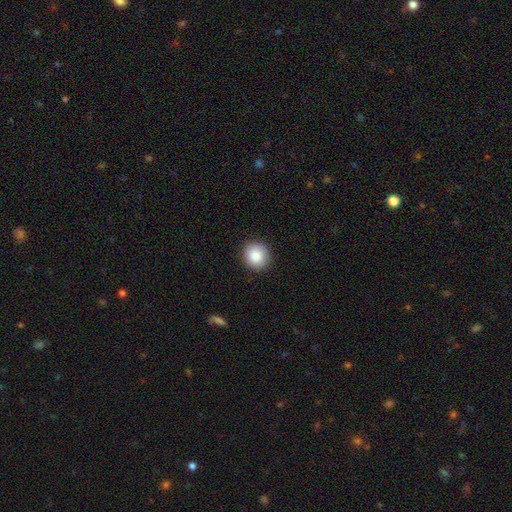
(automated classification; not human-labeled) A smooth galaxy with no disk features (87%) that is round (88%).

Vote fractions:
- Smooth or featured? smooth: 87% / star or artifact: 8% / featured or disk: 5%
- How rounded? round: 88% / in between: 11% / cigar-shaped: 1%
- Merging? none: 91% / minor disturbance: 6% / major disturbance: 2% / merger: 1%